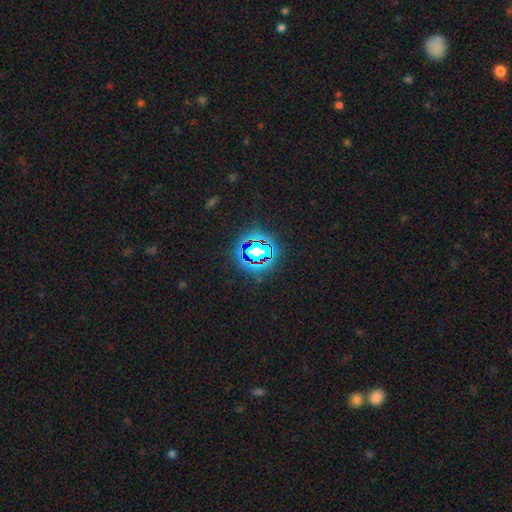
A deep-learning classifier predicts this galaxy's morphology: smooth_or_featured: star or artifact (p=0.79) [alt: smooth p=0.13]